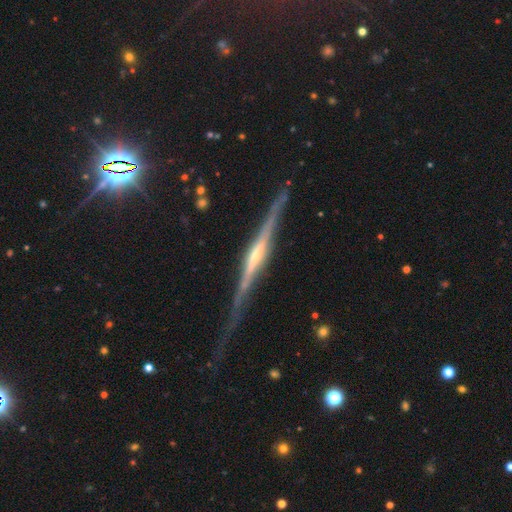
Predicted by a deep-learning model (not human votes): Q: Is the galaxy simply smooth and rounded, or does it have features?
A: featured or disk — 86%.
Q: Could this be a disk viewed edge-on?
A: yes — 97%.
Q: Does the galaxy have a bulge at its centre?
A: rounded — 58%.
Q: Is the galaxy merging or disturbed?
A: none — 78%.